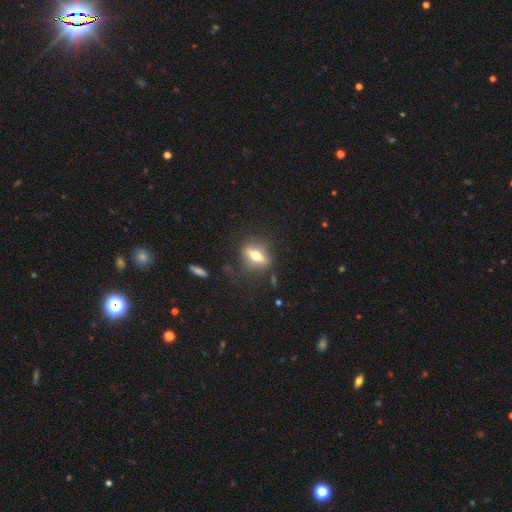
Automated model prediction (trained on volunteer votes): The model was most divided on "smooth or featured": featured or disk: 53%, smooth: 38%, star or artifact: 9%. More confident: merging — none (79%); edge-on disk — yes (68%).